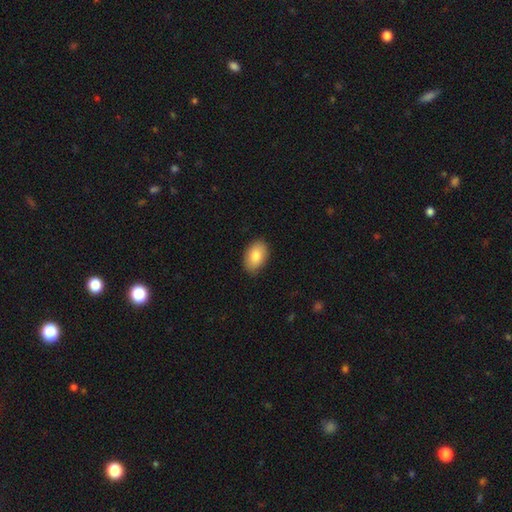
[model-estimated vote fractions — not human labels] A smooth galaxy with no disk features (84%) that is in between round and cigar-shaped (91%).

Vote fractions:
- Smooth or featured? smooth: 84% / featured or disk: 10% / star or artifact: 6%
- How rounded? in between: 91% / round: 8% / cigar-shaped: 1%
- Merging? none: 86% / minor disturbance: 11% / major disturbance: 2% / merger: 1%